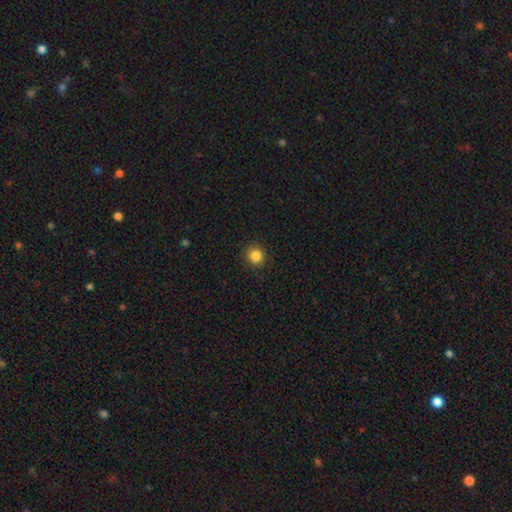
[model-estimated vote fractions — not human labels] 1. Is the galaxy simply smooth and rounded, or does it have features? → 85% smooth, 11% star or artifact, 4% featured or disk.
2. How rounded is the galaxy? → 93% round, 6% in between, 1% cigar-shaped.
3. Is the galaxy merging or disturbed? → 92% none, 6% minor disturbance, 2% major disturbance, 1% merger.